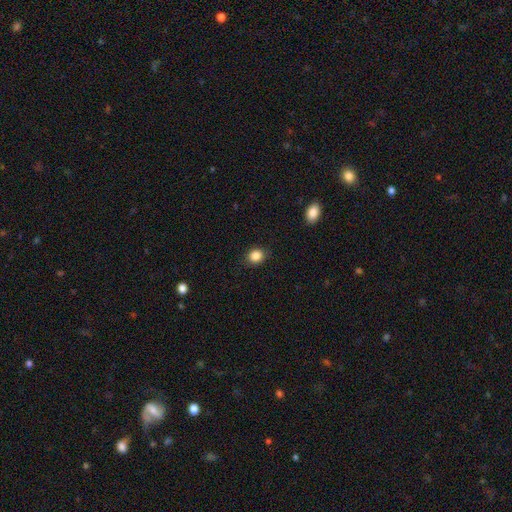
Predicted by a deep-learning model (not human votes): A smooth galaxy with no disk features (86%) that is round (65%). Merging: none (87%).